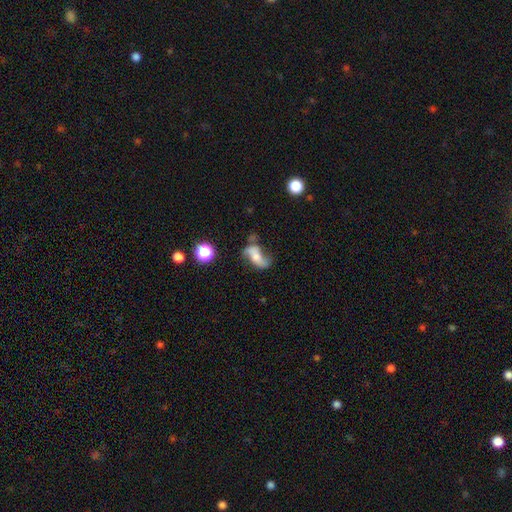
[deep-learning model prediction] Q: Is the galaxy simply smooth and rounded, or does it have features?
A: featured or disk — 60%.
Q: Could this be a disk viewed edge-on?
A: no — 92%.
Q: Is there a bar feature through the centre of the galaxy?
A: no — 55%.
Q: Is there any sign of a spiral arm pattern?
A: yes — 83%.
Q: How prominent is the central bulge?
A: moderate — 43%.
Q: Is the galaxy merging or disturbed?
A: none — 46%.